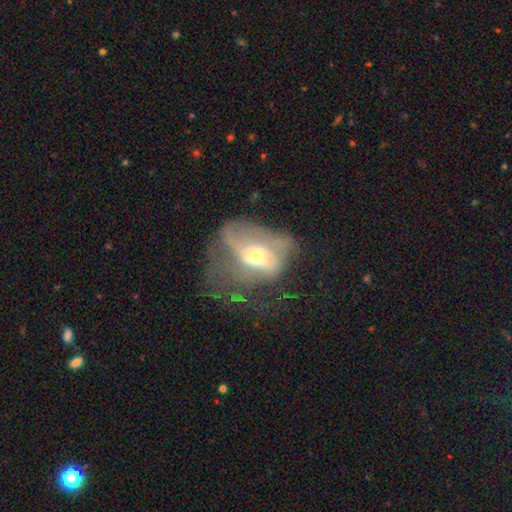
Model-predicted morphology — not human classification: Smooth or featured? Predicted: featured or disk (p=0.59). Edge-on disk? Predicted: no (p=0.92). Bar? Predicted: no (p=0.62). Spiral arms? Predicted: no (p=0.58). Bulge size? Predicted: moderate (p=0.57). Merging? Predicted: major disturbance (p=0.55).